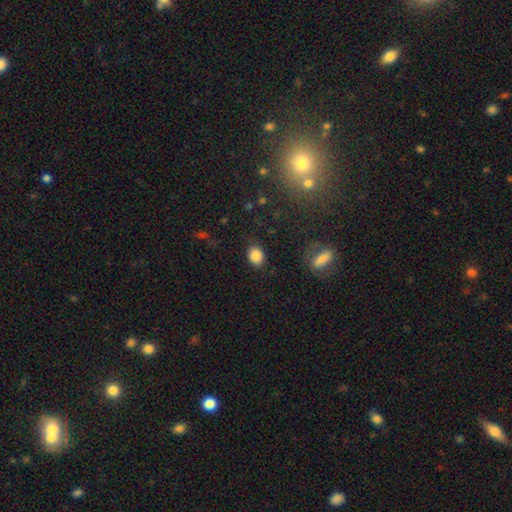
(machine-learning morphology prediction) Smooth or featured? Predicted: smooth (p=0.86). How rounded? Predicted: in between (p=0.50). Merging? Predicted: none (p=0.83).